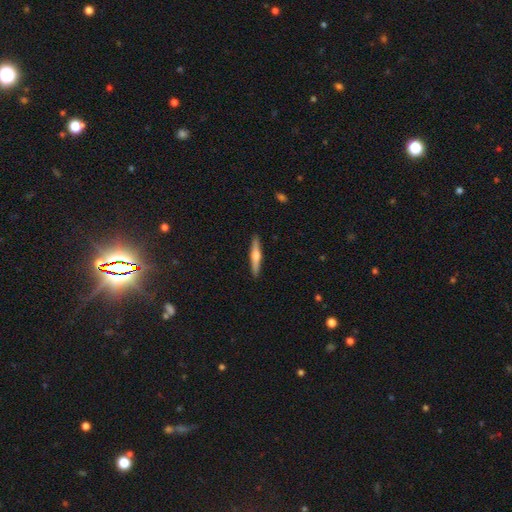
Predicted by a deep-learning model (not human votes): Morphology: type=featured or disk (58%); edge-on=yes (97%); edge-on bulge=rounded (89%); merging=none (91%).